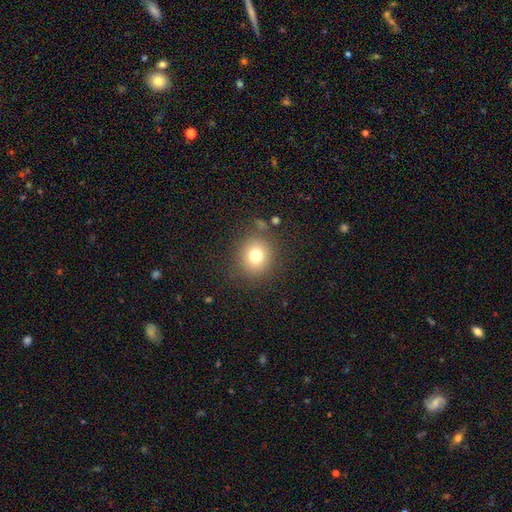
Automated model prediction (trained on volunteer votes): smooth 76%, star or artifact 13%, featured or disk 11%. Down the decision tree: how rounded — round (87%); merging — none (83%).